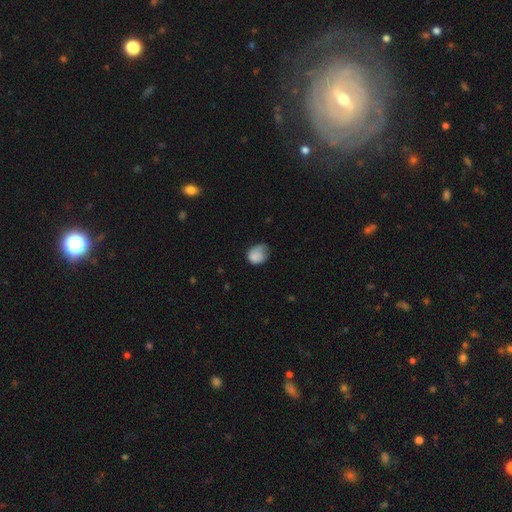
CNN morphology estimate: type=smooth (80%); roundness=round (51%); merging=minor disturbance (41%).